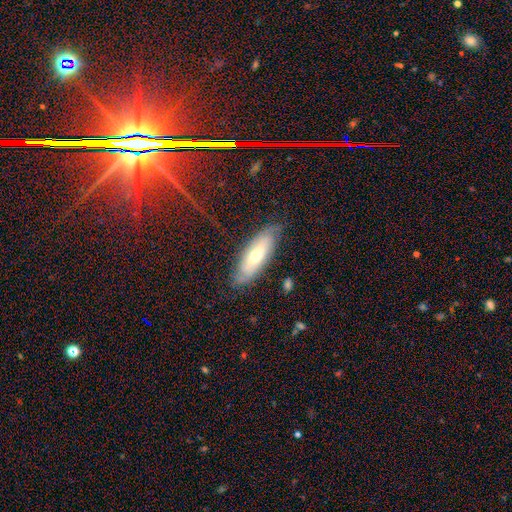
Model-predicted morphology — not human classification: A featured or disk galaxy (51%). Merging: none (76%).